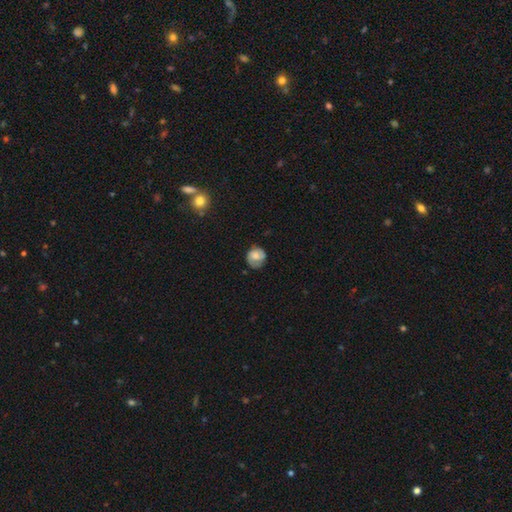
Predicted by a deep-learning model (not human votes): Morphology: type=smooth (63%); roundness=round (82%); merging=none (65%).